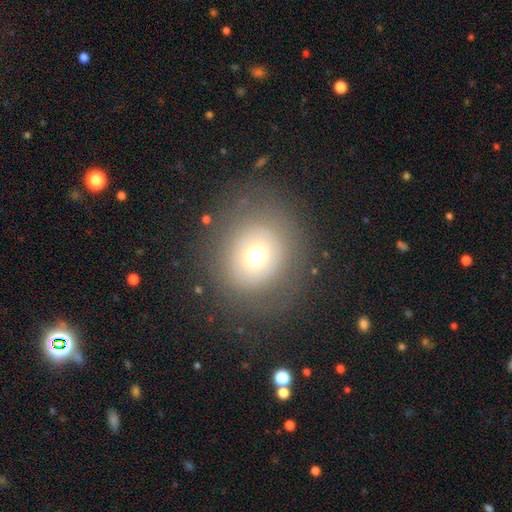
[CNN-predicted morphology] A smooth galaxy with no disk features (63%) that is round (83%).

Vote fractions:
- Smooth or featured? smooth: 63% / featured or disk: 22% / star or artifact: 15%
- How rounded? round: 83% / in between: 16% / cigar-shaped: 1%
- Merging? none: 80% / minor disturbance: 10% / major disturbance: 8% / merger: 1%